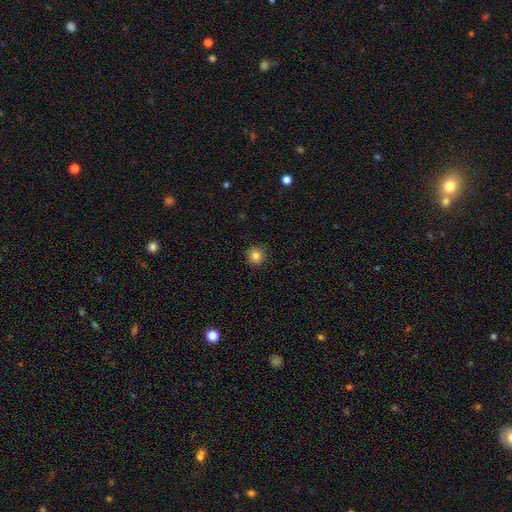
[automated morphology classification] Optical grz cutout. It shows a smooth galaxy with no disk features (84%) that is round (92%). Merging: none (90%).